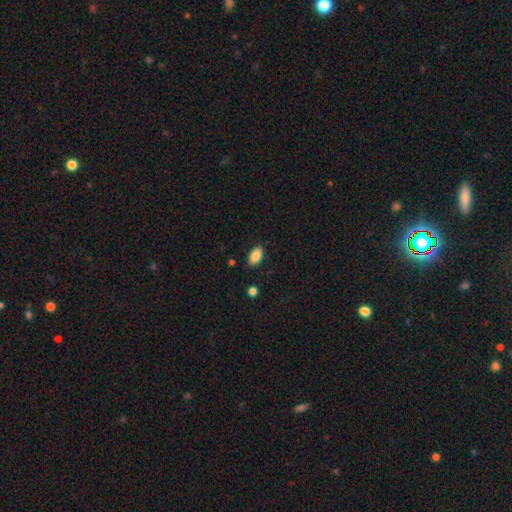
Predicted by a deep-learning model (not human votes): This is clearly a smooth galaxy (85%). How rounded: clearly in between (92%). Merging: clearly none (85%).